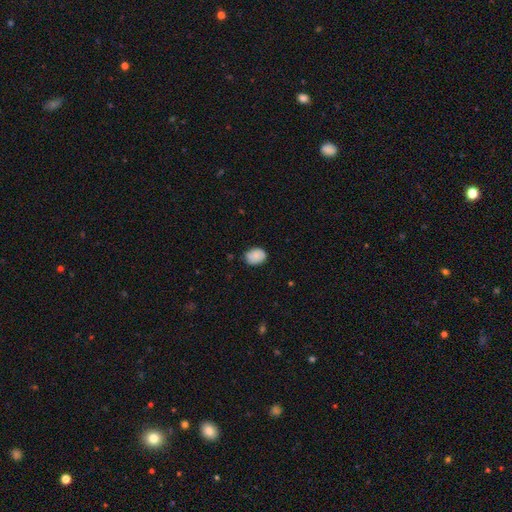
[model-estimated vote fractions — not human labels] Q: Smooth or featured?
A: smooth (85%); runner-up: featured or disk (8%)
Q: How rounded?
A: in between (61%); runner-up: round (38%)
Q: Merging?
A: none (72%); runner-up: minor disturbance (23%)